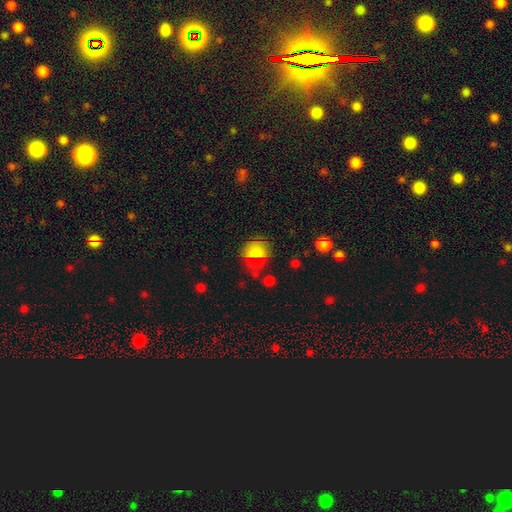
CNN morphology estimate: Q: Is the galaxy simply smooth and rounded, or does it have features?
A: smooth — 70%.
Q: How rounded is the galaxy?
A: round — 64%.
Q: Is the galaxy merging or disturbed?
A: none — 70%.